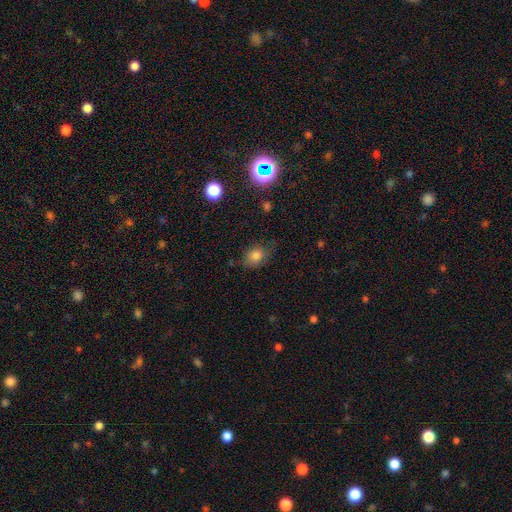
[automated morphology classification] Overall: smooth (80%). How rounded: in between (61%; round 38%). Merging: none (68%).